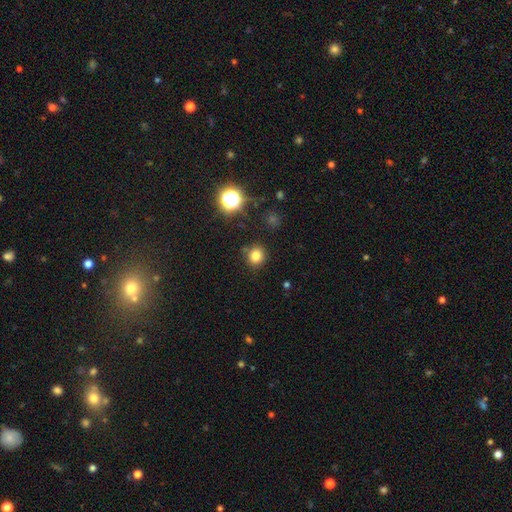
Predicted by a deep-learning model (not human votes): This appears to be a smooth galaxy with no disk features (78%) that is round (86%). Merging: none (86%).